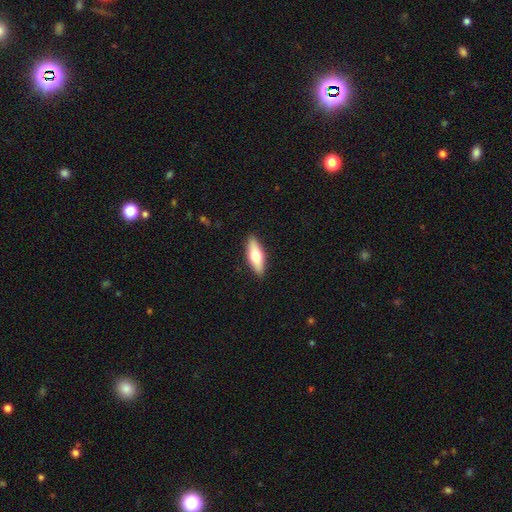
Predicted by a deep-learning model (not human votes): This is likely a smooth galaxy (62%). How rounded: possibly in between (55%). Merging: clearly none (89%).